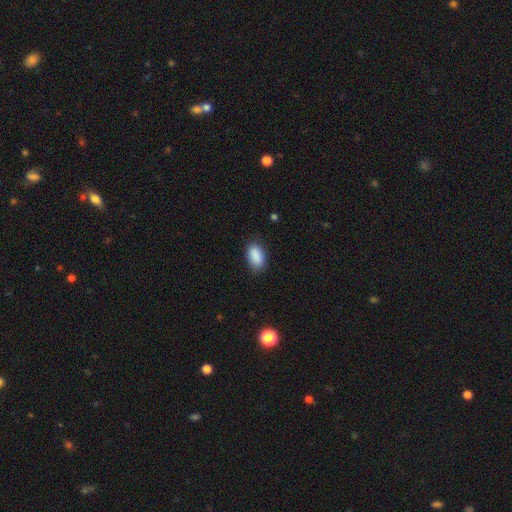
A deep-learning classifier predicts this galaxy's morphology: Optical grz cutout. It shows a smooth galaxy with no disk features (89%) that is in between round and cigar-shaped (93%). Merging: none (83%).